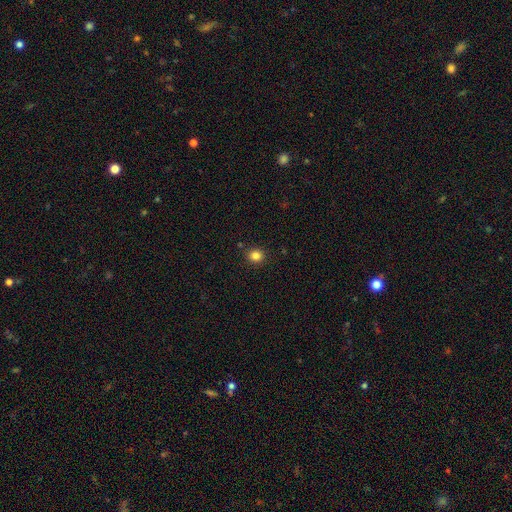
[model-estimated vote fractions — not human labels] smooth-or-featured: smooth: 83% | star or artifact: 12% | featured or disk: 4%
  how-rounded: round: 87% | in between: 13% | cigar-shaped: 1%
  merging: none: 89% | minor disturbance: 7% | merger: 2% | major disturbance: 2%